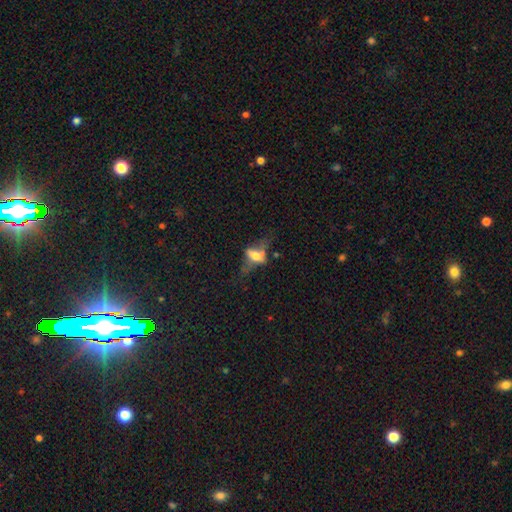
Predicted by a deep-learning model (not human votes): Smooth or featured? featured or disk (51%)
Edge-on disk? yes (61%)
Merging? none (42%)